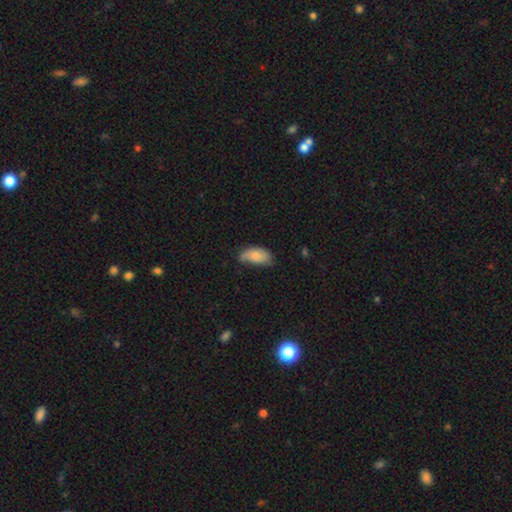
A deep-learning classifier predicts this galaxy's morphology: Overall: smooth (71%). How rounded: in between (93%). Merging: none (44%; minor disturbance 38%).